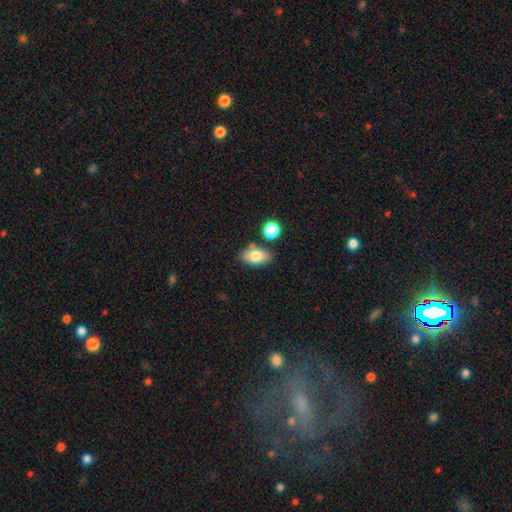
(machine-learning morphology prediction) Q: Smooth or featured?
A: smooth (79%); runner-up: featured or disk (13%)
Q: How rounded?
A: in between (88%); runner-up: round (9%)
Q: Merging?
A: none (75%); runner-up: minor disturbance (12%)